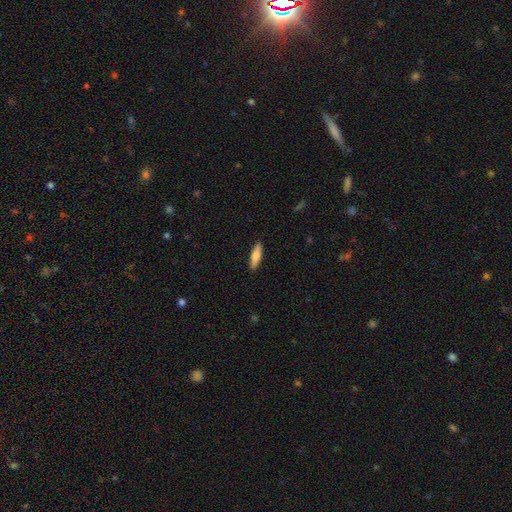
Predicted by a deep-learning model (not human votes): smooth_or_featured: smooth (p=0.71) [alt: featured or disk p=0.24]
how_rounded: cigar-shaped (p=0.68) [alt: in between p=0.30]
merging: none (p=0.89) [alt: minor disturbance p=0.08]